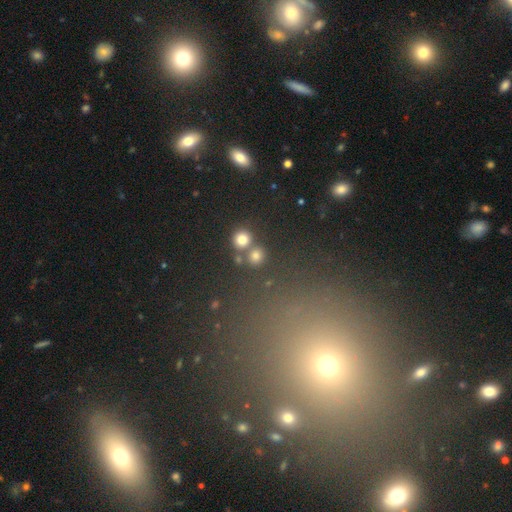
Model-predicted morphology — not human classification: This is likely a smooth galaxy (78%). How rounded: clearly round (91%). Merging: likely none (69%).